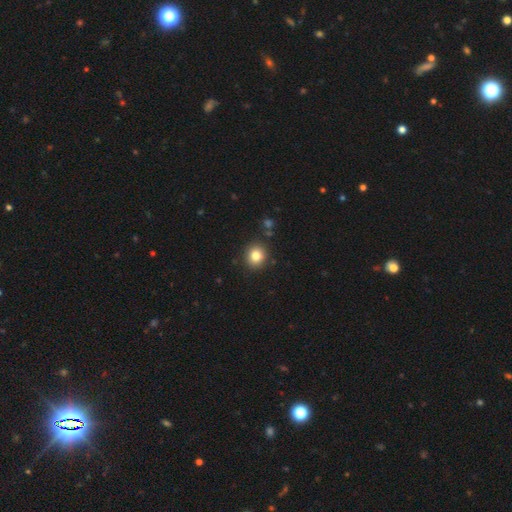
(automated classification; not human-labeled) smooth_or_featured: smooth (p=0.82) [alt: star or artifact p=0.11]
how_rounded: round (p=0.83) [alt: in between p=0.17]
merging: none (p=0.88) [alt: minor disturbance p=0.07]